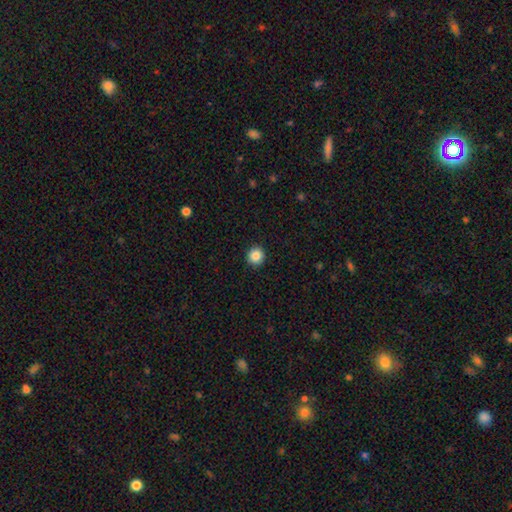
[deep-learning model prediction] A smooth galaxy with no disk features (86%) that is round (93%). Merging: none (92%).